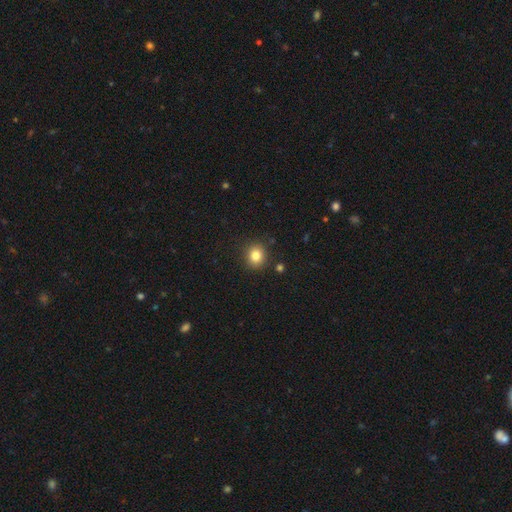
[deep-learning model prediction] Smooth or featured: smooth — 82% (star or artifact — 11%)
How rounded: round — 79% (in between — 20%)
Merging: none — 88% (minor disturbance — 8%)